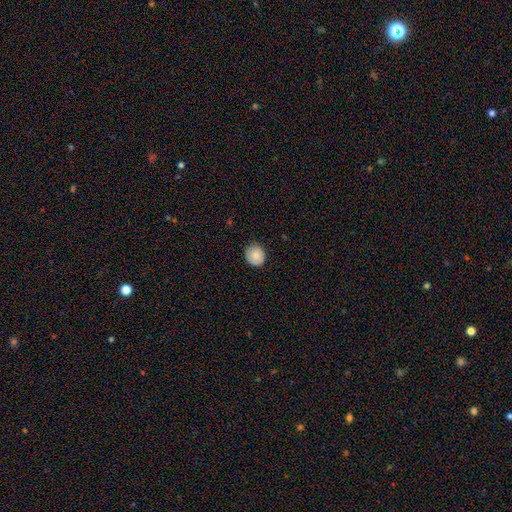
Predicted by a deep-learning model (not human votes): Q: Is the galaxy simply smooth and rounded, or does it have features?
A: smooth — 82%.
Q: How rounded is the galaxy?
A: round — 82%.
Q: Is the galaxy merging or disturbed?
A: none — 85%.